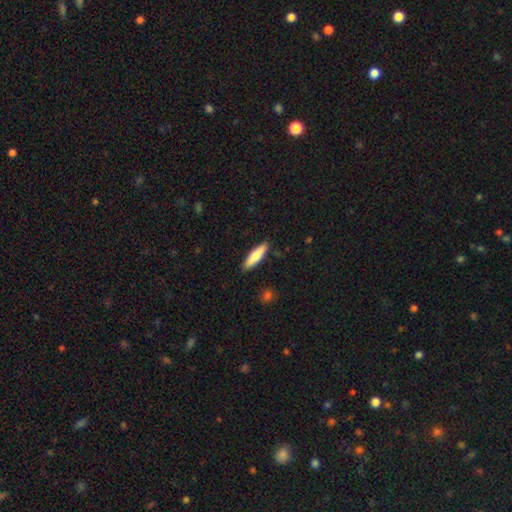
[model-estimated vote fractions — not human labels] This is likely a smooth galaxy (76%). How rounded: likely cigar-shaped (67%). Merging: clearly none (89%).